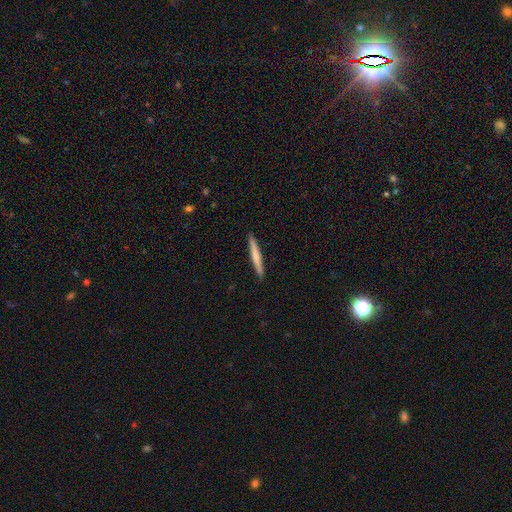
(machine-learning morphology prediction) A smooth galaxy with no disk features (65%) that is cigar-shaped (96%).

Vote fractions:
- Smooth or featured? smooth: 65% / featured or disk: 30% / star or artifact: 5%
- How rounded? cigar-shaped: 96% / in between: 2% / round: 1%
- Merging? none: 92% / minor disturbance: 6% / major disturbance: 1% / merger: 1%